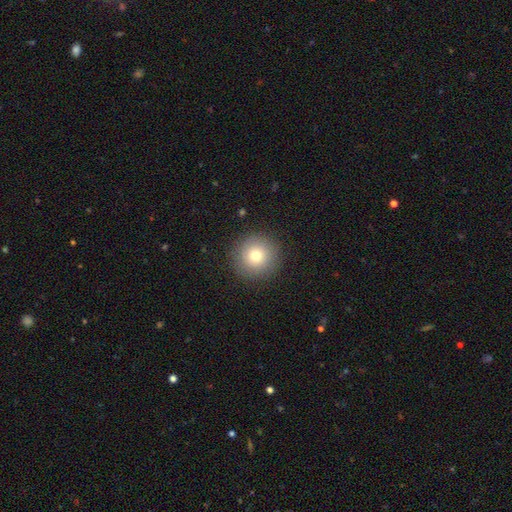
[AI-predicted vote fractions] A smooth galaxy with no disk features (75%) that is round (96%). Merging: none (90%).